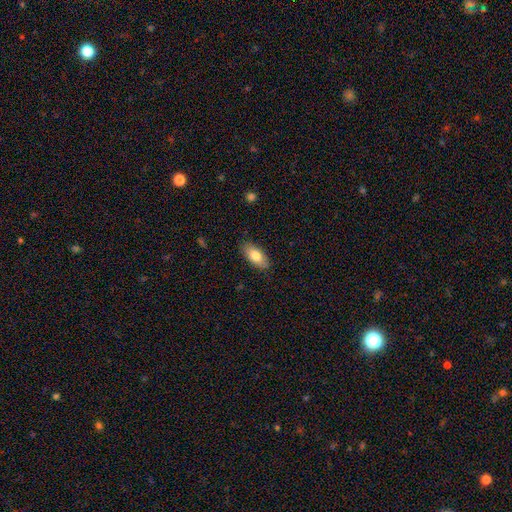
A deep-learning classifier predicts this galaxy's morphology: Smooth or featured: smooth — 78% (featured or disk — 16%)
How rounded: in between — 90% (cigar-shaped — 7%)
Merging: none — 86% (minor disturbance — 11%)